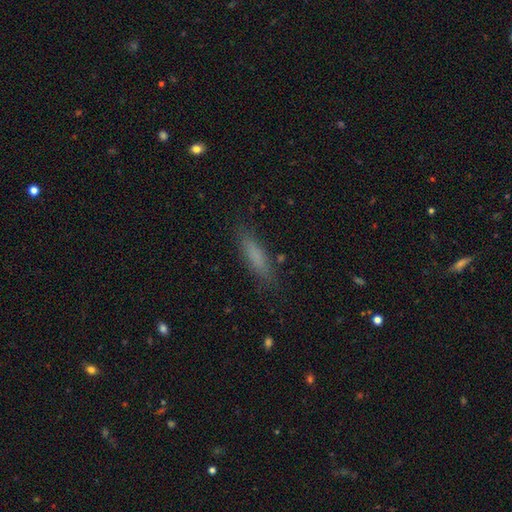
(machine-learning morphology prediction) type=smooth (76%); roundness=cigar-shaped (77%); merging=none (84%).